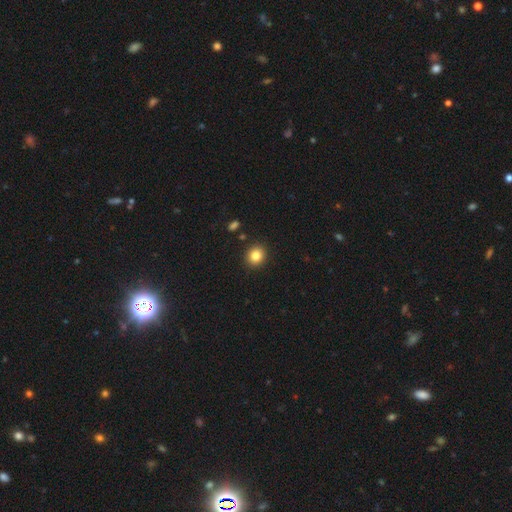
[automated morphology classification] A smooth galaxy with no disk features (84%) that is round (82%).

Vote fractions:
- Smooth or featured? smooth: 84% / star or artifact: 11% / featured or disk: 6%
- How rounded? round: 82% / in between: 17% / cigar-shaped: 1%
- Merging? none: 90% / minor disturbance: 6% / major disturbance: 2% / merger: 2%